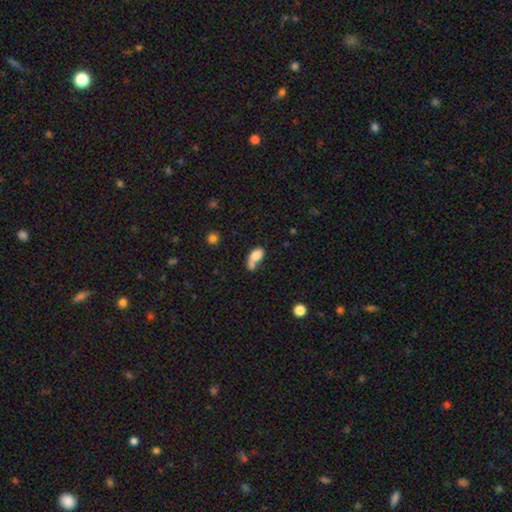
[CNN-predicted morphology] Smooth or featured: smooth — 78% (featured or disk — 13%)
How rounded: in between — 84% (round — 13%)
Merging: merger — 53% (none — 26%)